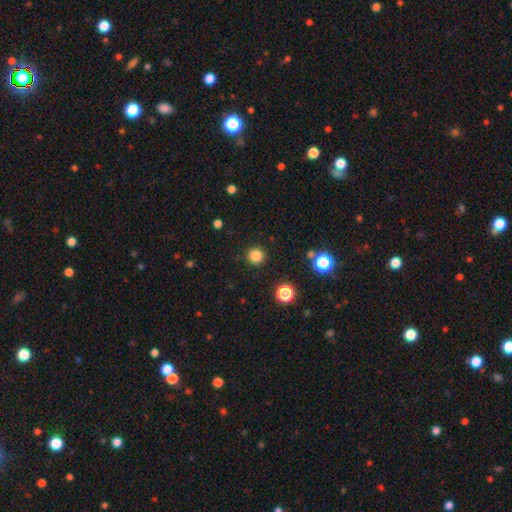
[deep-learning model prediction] smooth-or-featured: smooth: 83% | star or artifact: 13% | featured or disk: 4%
  how-rounded: round: 95% | in between: 4% | cigar-shaped: 1%
  merging: none: 92% | minor disturbance: 5% | major disturbance: 2% | merger: 1%